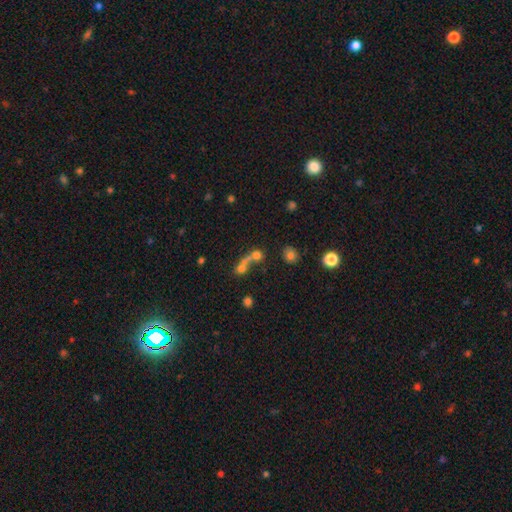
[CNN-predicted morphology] A smooth galaxy with no disk features (61%) that is round (64%).

Vote fractions:
- Smooth or featured? smooth: 61% / featured or disk: 20% / star or artifact: 20%
- How rounded? round: 64% / in between: 27% / cigar-shaped: 10%
- Merging? merger: 52% / none: 31% / major disturbance: 10% / minor disturbance: 7%